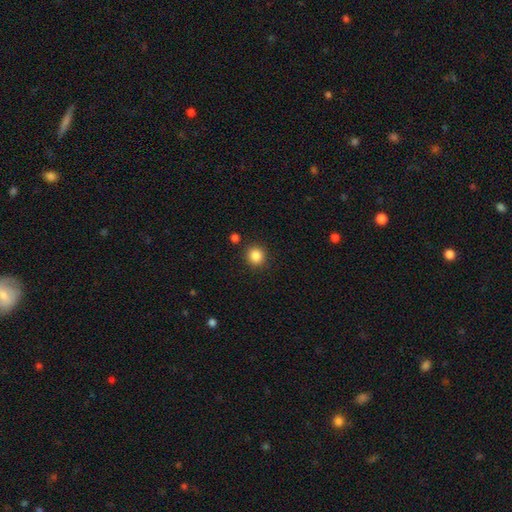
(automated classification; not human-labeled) Smooth or featured? smooth (86%)
How rounded? round (89%)
Merging? none (88%)